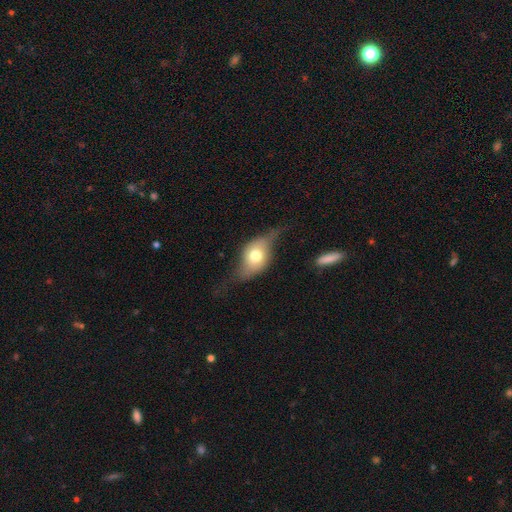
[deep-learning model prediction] Smooth or featured? Predicted: featured or disk (p=0.47). Merging? Predicted: none (p=0.47).